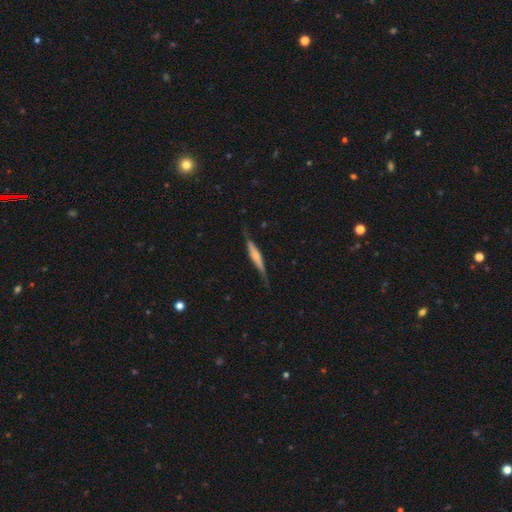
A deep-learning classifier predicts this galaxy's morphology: Smooth or featured? featured or disk (55%)
Edge-on disk? yes (93%)
Edge-on bulge? rounded (51%)
Merging? none (77%)